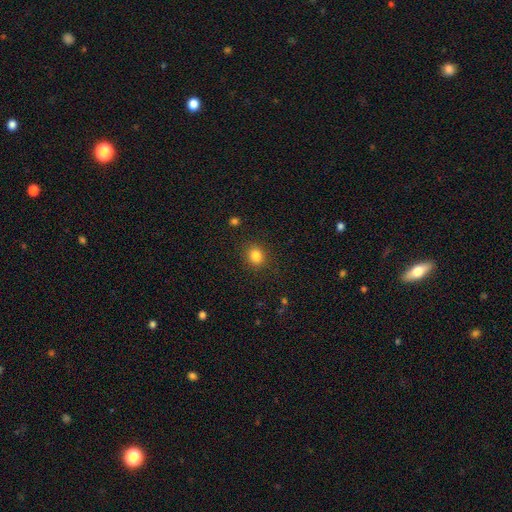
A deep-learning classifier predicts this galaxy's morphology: Smooth or featured? smooth (84%)
How rounded? round (72%)
Merging? none (88%)